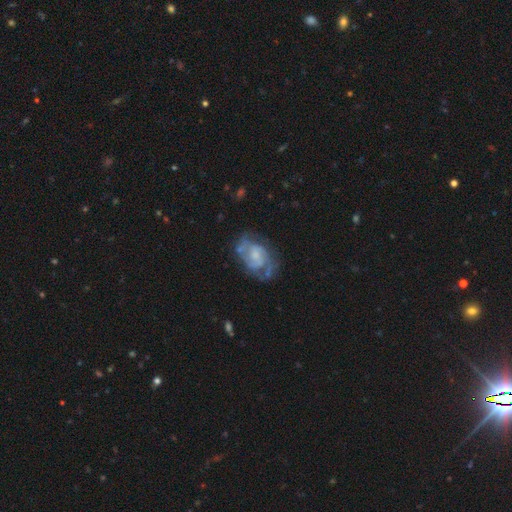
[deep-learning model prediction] This is likely a featured or disk galaxy (77%). It is clearly not viewed edge-on (97%). Bar: likely no (61%). Spiral arm pattern: clearly yes (84%). Spiral arm count: possibly 2 (56%). Spiral winding: possibly medium (46%). Central bulge: marginally small (45%). Merging: possibly none (55%).